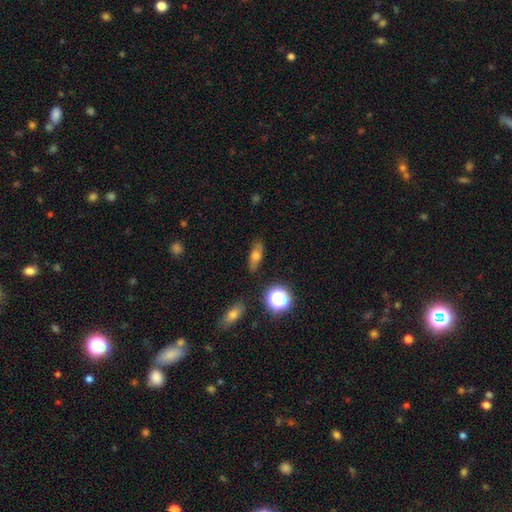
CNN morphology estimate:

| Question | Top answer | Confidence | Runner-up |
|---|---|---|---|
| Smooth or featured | smooth | 61% | featured or disk (26%) |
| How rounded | in between | 62% | cigar-shaped (25%) |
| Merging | none | 83% | minor disturbance (12%) |